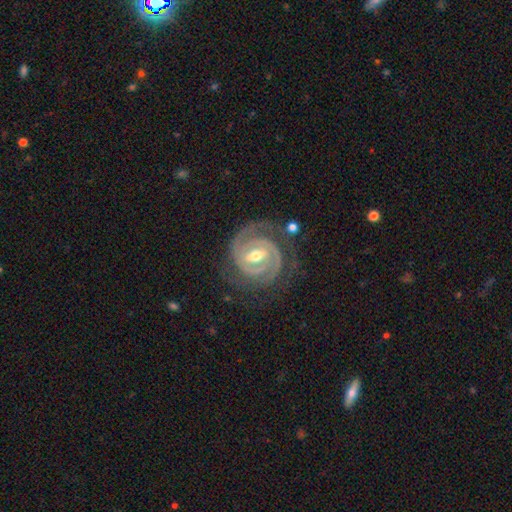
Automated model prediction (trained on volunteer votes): Overall: featured or disk (93%). Edge-on disk: no (98%). Bar: strong (47%; weak 42%). Spiral arms: yes (98%). Spiral arm count: 2 (80%). Spiral winding: tight (75%). Bulge size: moderate (73%). Merging: none (75%).